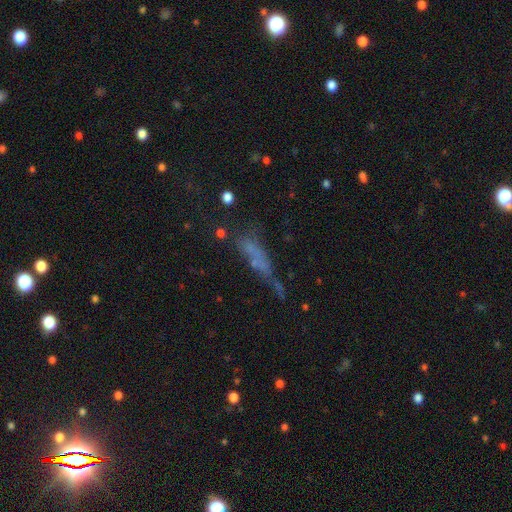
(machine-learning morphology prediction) Overall: smooth (42%; featured or disk 34%). Merging: none (35%; major disturbance 27%).